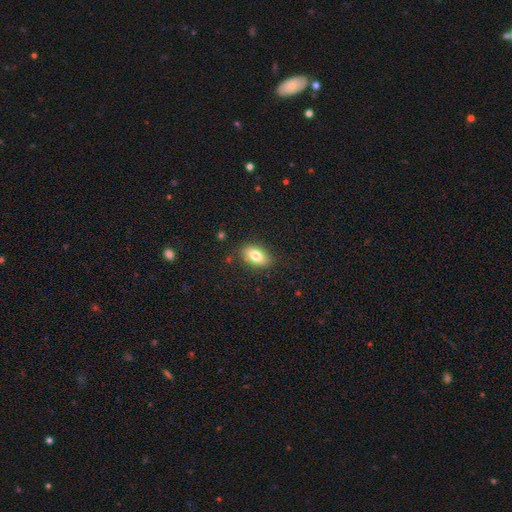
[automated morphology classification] smooth 79%, featured or disk 13%, star or artifact 8%. Down the decision tree: how rounded — in between (89%); merging — none (84%).